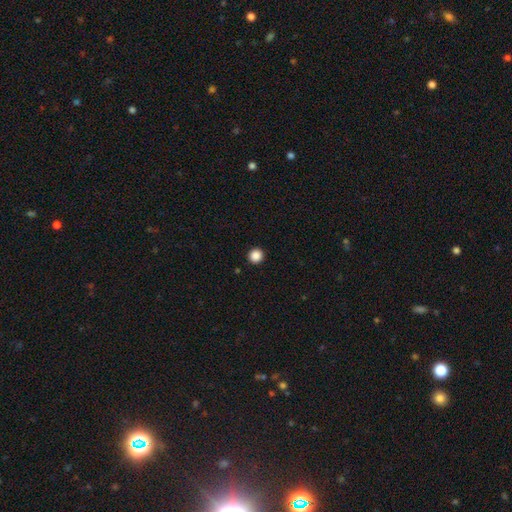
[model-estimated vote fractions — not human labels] The model was most divided on "smooth or featured": smooth: 87%, star or artifact: 10%, featured or disk: 2%. More confident: how rounded — round (95%); merging — none (94%).